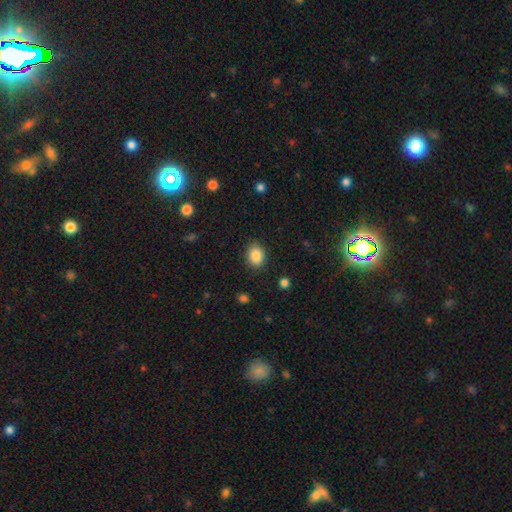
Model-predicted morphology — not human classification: Q: Smooth or featured?
A: smooth (86%); runner-up: star or artifact (9%)
Q: How rounded?
A: in between (59%); runner-up: round (40%)
Q: Merging?
A: none (87%); runner-up: minor disturbance (10%)